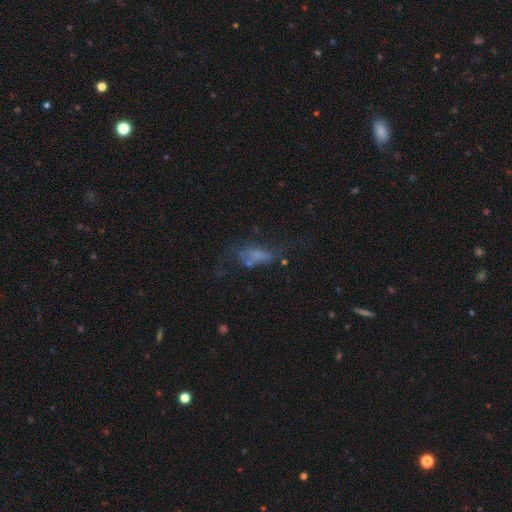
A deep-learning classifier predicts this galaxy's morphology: smooth-or-featured: smooth: 47% | featured or disk: 35% | star or artifact: 18%
  merging: major disturbance: 34% | none: 33% | minor disturbance: 21% | merger: 11%